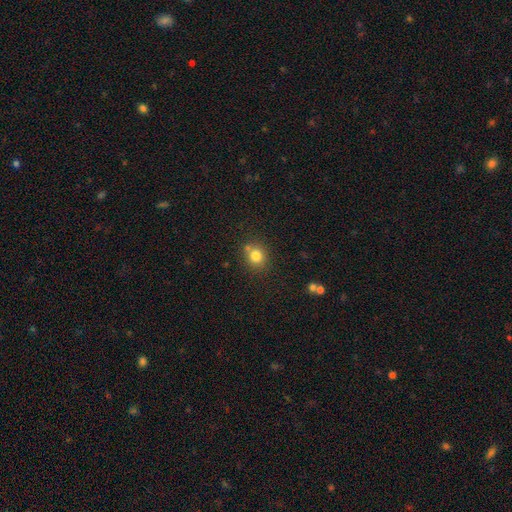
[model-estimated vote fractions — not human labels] This is likely a smooth galaxy (80%). How rounded: clearly round (80%). Merging: likely none (71%).